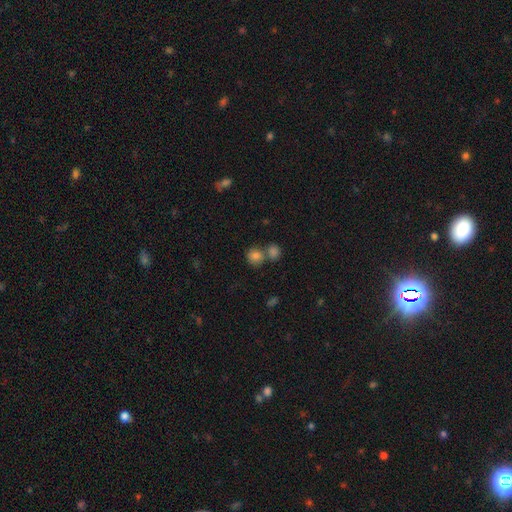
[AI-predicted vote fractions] Smooth or featured? Predicted: smooth (p=0.82). How rounded? Predicted: round (p=0.79). Merging? Predicted: none (p=0.47).